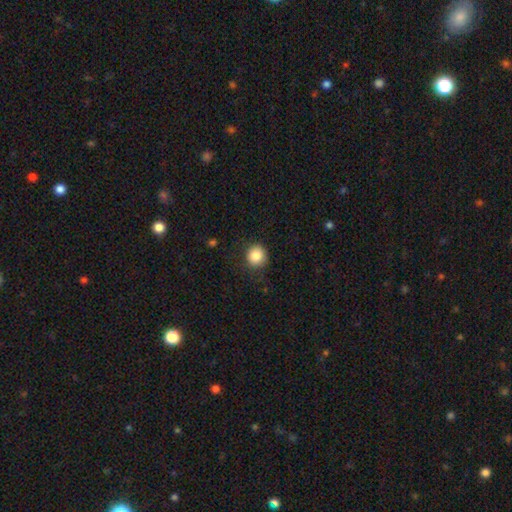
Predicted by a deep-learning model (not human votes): The model was most divided on "merging": none: 83%, minor disturbance: 12%, major disturbance: 4%, merger: 1%. More confident: how rounded — round (87%); smooth or featured — smooth (85%).